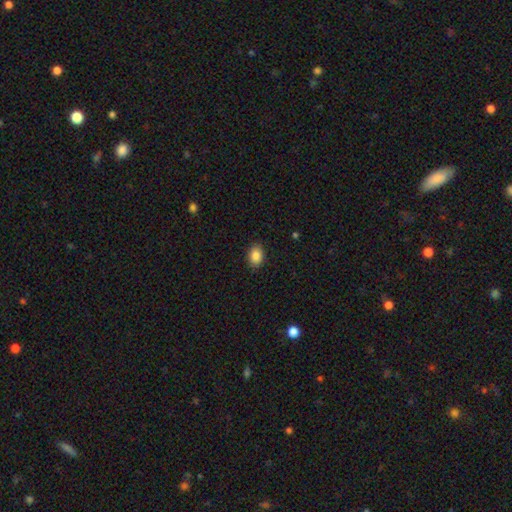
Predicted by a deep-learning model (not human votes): Smooth or featured?
  - smooth: 87% *
  - star or artifact: 8%
  - featured or disk: 4%
How rounded?
  - in between: 77% *
  - round: 21%
  - cigar-shaped: 1%
Merging?
  - none: 89% *
  - minor disturbance: 8%
  - major disturbance: 2%
  - merger: 1%